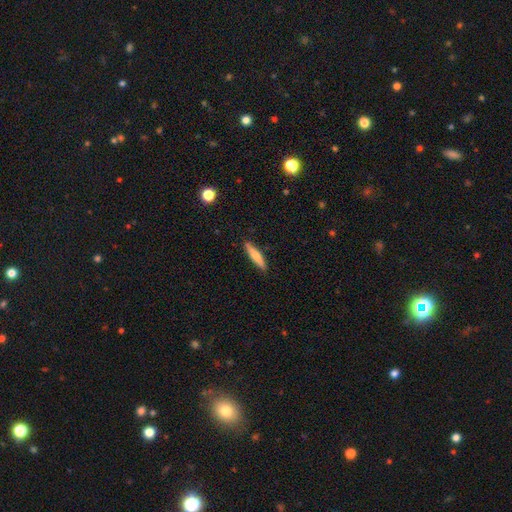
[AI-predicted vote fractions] Smooth or featured? Predicted: smooth (p=0.68). How rounded? Predicted: cigar-shaped (p=0.87). Merging? Predicted: none (p=0.89).